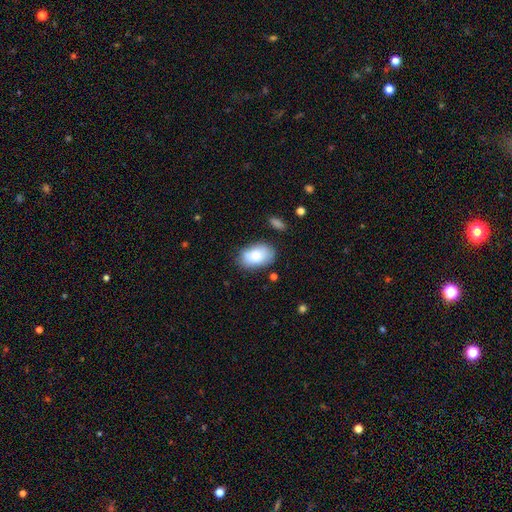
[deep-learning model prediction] Q: Smooth or featured?
A: smooth (82%); runner-up: featured or disk (11%)
Q: How rounded?
A: in between (91%); runner-up: round (8%)
Q: Merging?
A: none (74%); runner-up: minor disturbance (18%)